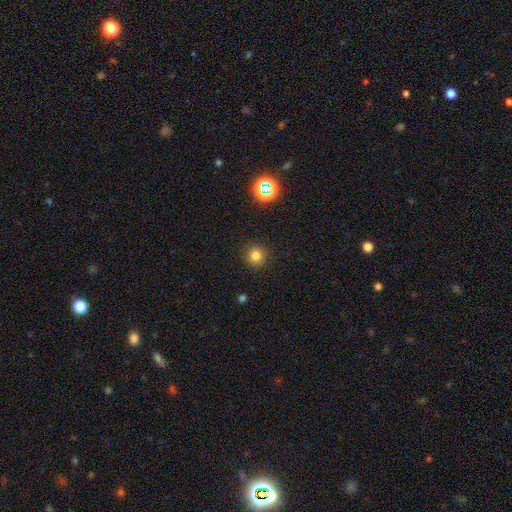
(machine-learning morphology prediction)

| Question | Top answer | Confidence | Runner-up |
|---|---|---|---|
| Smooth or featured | smooth | 79% | star or artifact (16%) |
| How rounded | round | 93% | in between (6%) |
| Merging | none | 90% | minor disturbance (6%) |